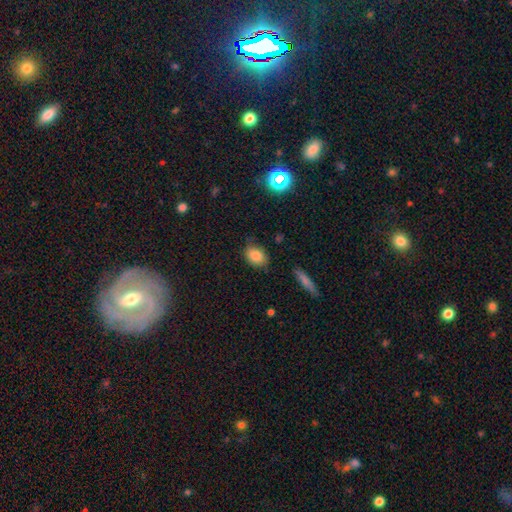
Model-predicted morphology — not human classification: The model was most divided on "how rounded": in between: 69%, round: 29%, cigar-shaped: 2%. More confident: smooth or featured — smooth (84%); merging — none (74%).